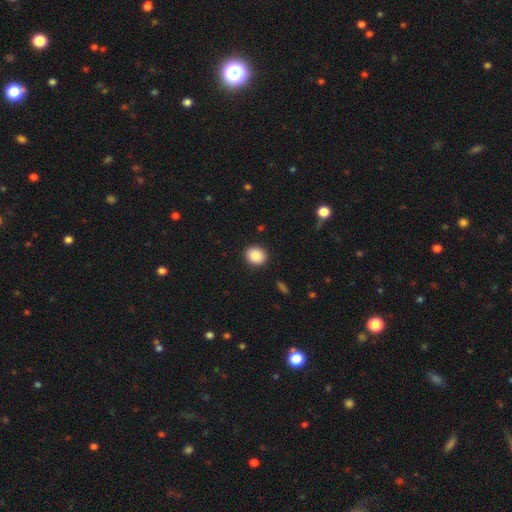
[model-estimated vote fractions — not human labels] Smooth or featured? smooth (89%)
How rounded? round (73%)
Merging? none (90%)